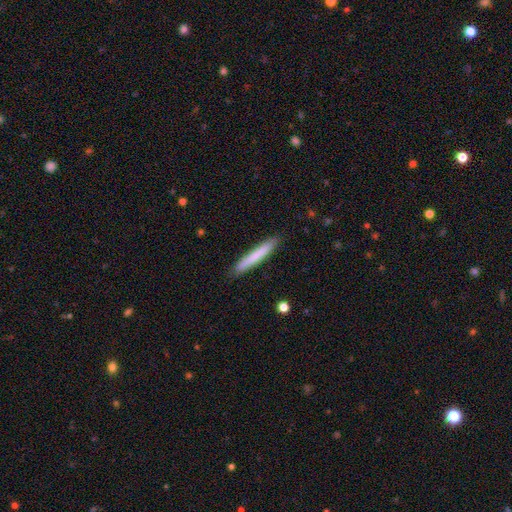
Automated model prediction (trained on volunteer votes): smooth 75%, featured or disk 19%, star or artifact 6%. Down the decision tree: how rounded — cigar-shaped (96%); merging — none (90%).